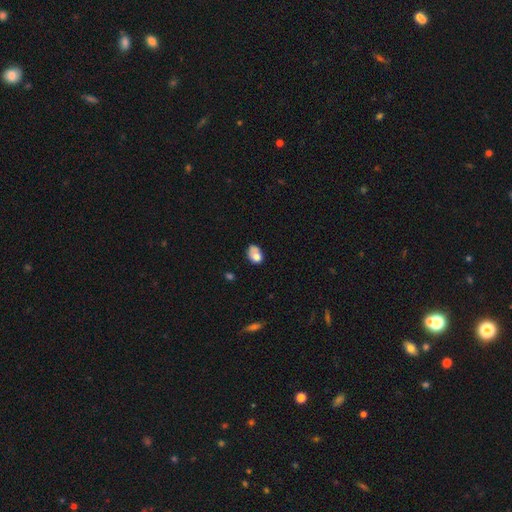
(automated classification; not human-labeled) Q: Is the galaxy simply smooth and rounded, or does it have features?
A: smooth — 74%.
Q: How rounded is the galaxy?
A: in between — 70%.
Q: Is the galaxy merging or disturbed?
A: none — 38%.